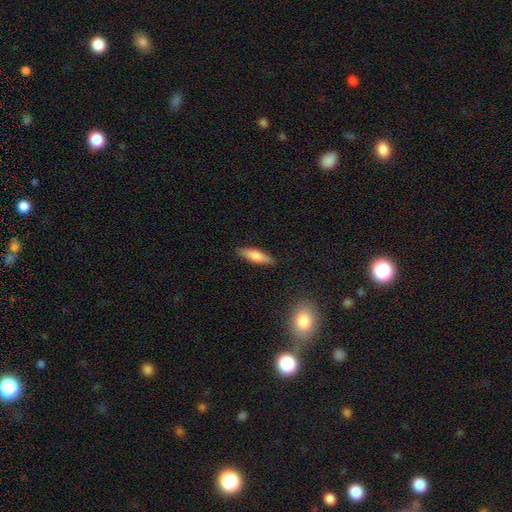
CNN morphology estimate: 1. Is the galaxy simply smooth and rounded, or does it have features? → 70% smooth, 24% featured or disk, 6% star or artifact.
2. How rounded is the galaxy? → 65% cigar-shaped, 33% in between, 2% round.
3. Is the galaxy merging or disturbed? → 87% none, 9% minor disturbance, 2% major disturbance, 1% merger.